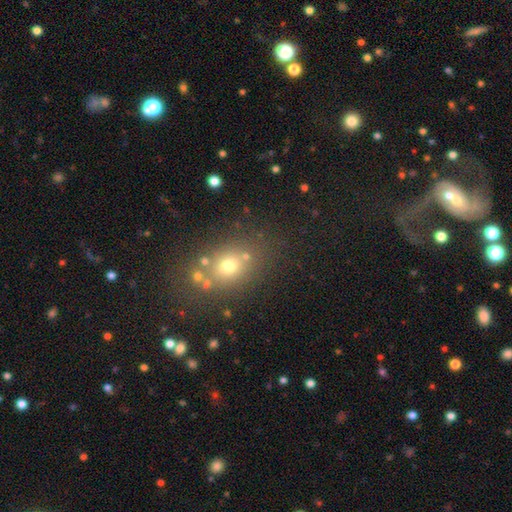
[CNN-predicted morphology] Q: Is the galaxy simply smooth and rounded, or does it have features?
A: smooth — 49%.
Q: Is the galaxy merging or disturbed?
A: none — 62%.